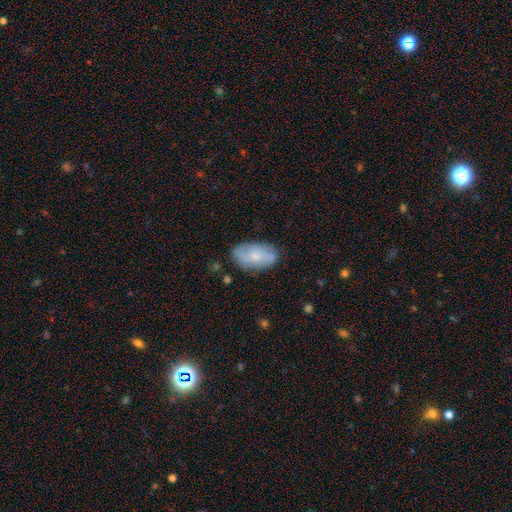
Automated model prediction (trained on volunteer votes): This appears to be a smooth galaxy with no disk features (64%) that is in between round and cigar-shaped (93%). Merging: none (73%).